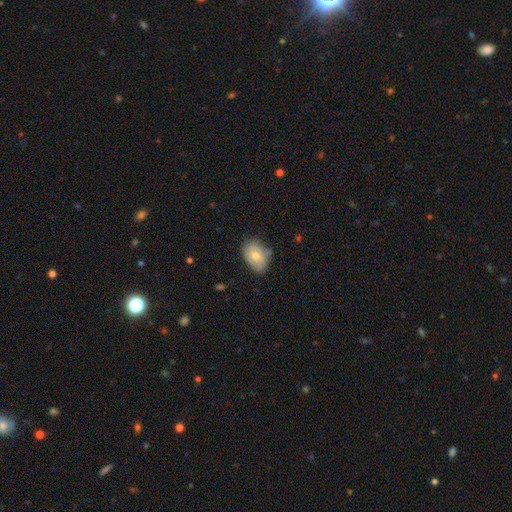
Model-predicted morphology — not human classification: Smooth or featured: smooth — 74% (featured or disk — 18%)
How rounded: in between — 81% (round — 18%)
Merging: none — 70% (minor disturbance — 24%)